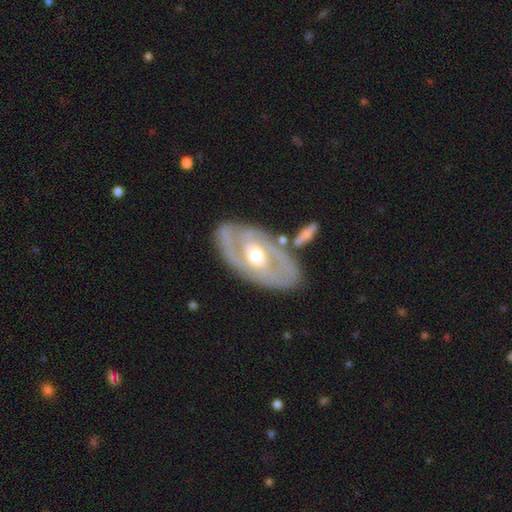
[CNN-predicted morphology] Smooth or featured? Predicted: featured or disk (p=0.84). Edge-on disk? Predicted: no (p=0.93). Bar? Predicted: no (p=0.44). Spiral arms? Predicted: yes (p=0.82). Spiral winding? Predicted: tight (p=0.50). Spiral arm count? Predicted: 2 (p=0.67). Bulge size? Predicted: moderate (p=0.71). Merging? Predicted: none (p=0.74).